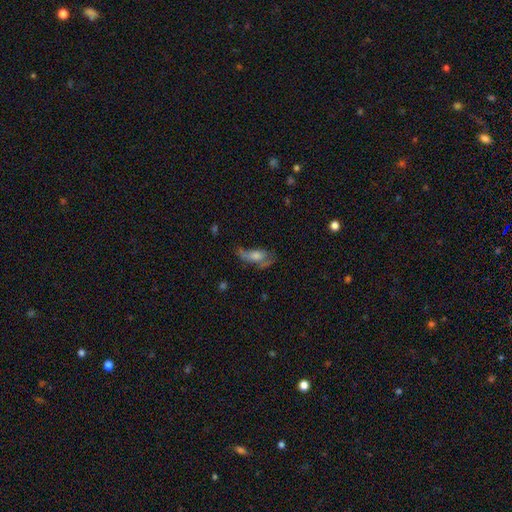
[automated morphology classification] This appears to be a featured or disk galaxy (45%). Merging: none (39%).